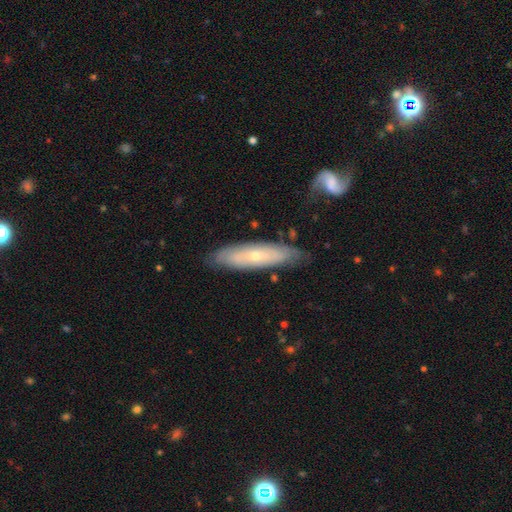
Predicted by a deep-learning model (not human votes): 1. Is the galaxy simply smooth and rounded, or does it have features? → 57% featured or disk, 37% smooth, 7% star or artifact.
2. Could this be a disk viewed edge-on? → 62% no, 38% yes.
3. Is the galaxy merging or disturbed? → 78% none, 16% minor disturbance, 4% major disturbance, 3% merger.